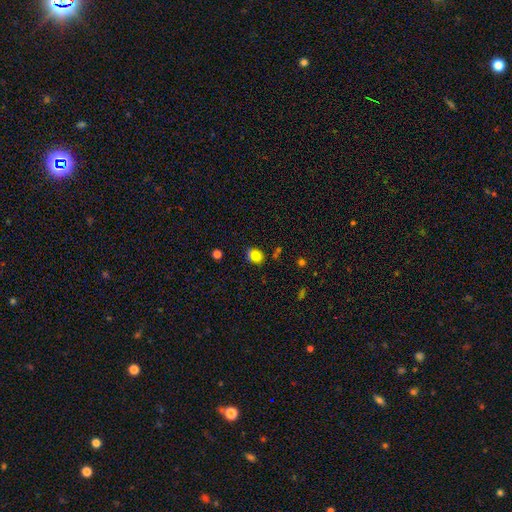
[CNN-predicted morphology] Smooth or featured: smooth — 75% (star or artifact — 13%)
How rounded: round — 59% (in between — 40%)
Merging: none — 65% (minor disturbance — 19%)